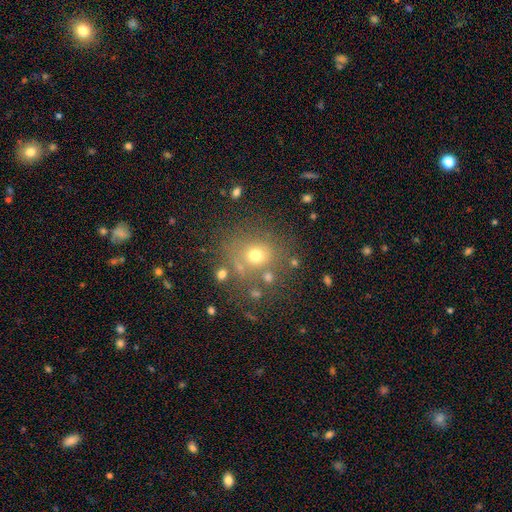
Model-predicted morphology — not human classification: Smooth or featured?
  - smooth: 65% *
  - star or artifact: 21%
  - featured or disk: 13%
How rounded?
  - round: 82% *
  - in between: 17%
  - cigar-shaped: 1%
Merging?
  - none: 72% *
  - minor disturbance: 12%
  - merger: 9%
  - major disturbance: 7%